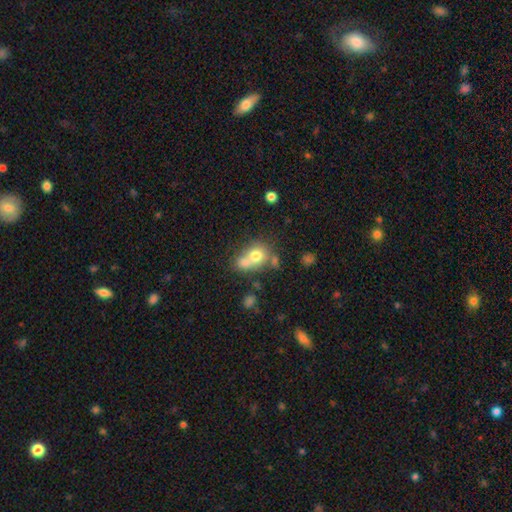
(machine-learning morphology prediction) Smooth or featured: smooth — 71% (featured or disk — 19%)
How rounded: round — 65% (in between — 34%)
Merging: merger — 54% (none — 31%)